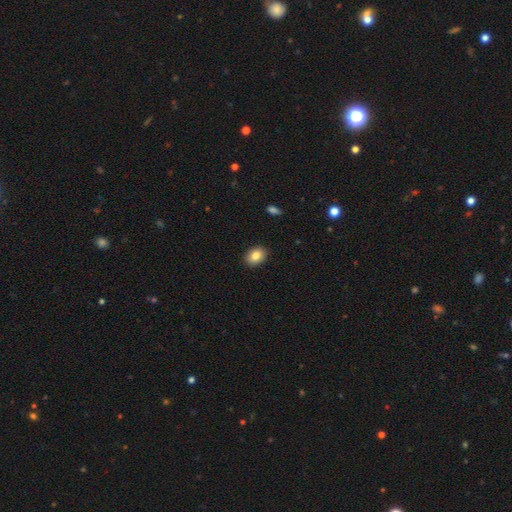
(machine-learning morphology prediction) Smooth or featured?
  - smooth: 83% *
  - featured or disk: 8%
  - star or artifact: 8%
How rounded?
  - in between: 67% *
  - round: 33%
  - cigar-shaped: 1%
Merging?
  - none: 90% *
  - minor disturbance: 7%
  - major disturbance: 2%
  - merger: 1%